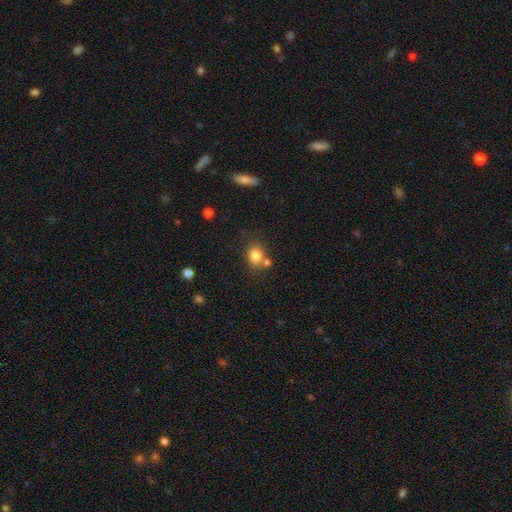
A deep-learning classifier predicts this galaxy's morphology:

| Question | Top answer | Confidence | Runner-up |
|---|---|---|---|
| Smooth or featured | smooth | 81% | star or artifact (11%) |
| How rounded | round | 56% | in between (43%) |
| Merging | none | 63% | merger (21%) |